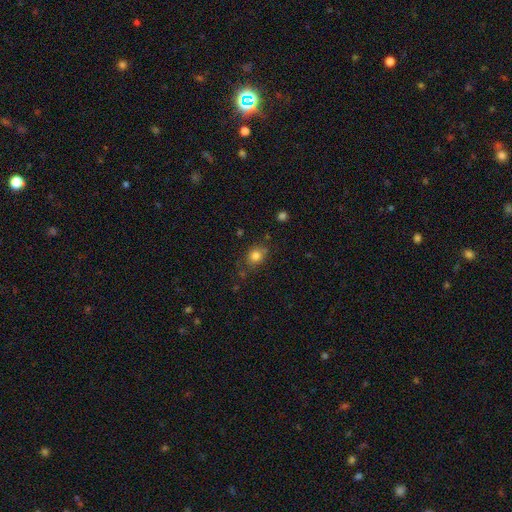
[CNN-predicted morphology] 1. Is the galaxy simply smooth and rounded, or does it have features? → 81% smooth, 11% star or artifact, 8% featured or disk.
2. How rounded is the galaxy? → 59% round, 40% in between, 1% cigar-shaped.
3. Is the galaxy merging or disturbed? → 70% none, 20% minor disturbance, 6% major disturbance, 4% merger.